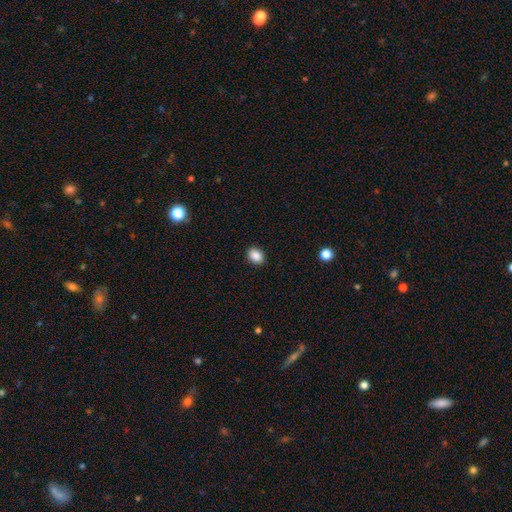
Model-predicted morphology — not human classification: type=smooth (88%); roundness=in between (74%); merging=none (90%).